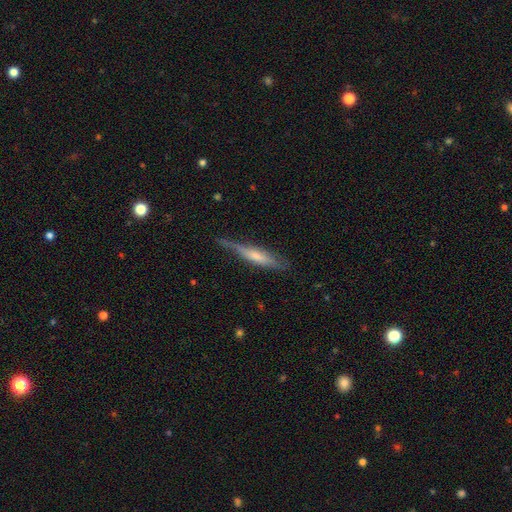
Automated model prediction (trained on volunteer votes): smooth-or-featured: featured or disk: 51% | smooth: 42% | star or artifact: 7%
  disk-edge-on: yes: 91% | no: 9%
  merging: none: 67% | minor disturbance: 25% | major disturbance: 6% | merger: 2%